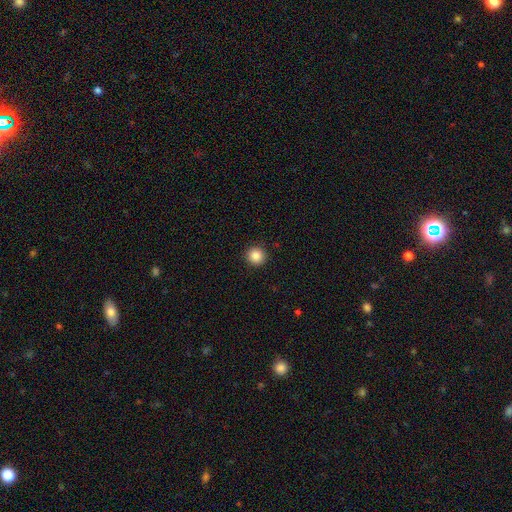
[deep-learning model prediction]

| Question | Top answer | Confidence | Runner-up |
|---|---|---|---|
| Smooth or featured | smooth | 87% | star or artifact (10%) |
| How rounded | round | 95% | in between (4%) |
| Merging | none | 92% | minor disturbance (5%) |